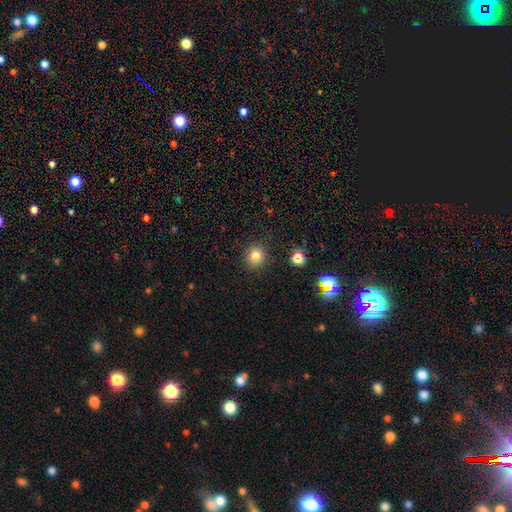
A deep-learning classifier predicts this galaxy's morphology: This appears to be a smooth galaxy with no disk features (81%) that is round (88%). Merging: none (89%).